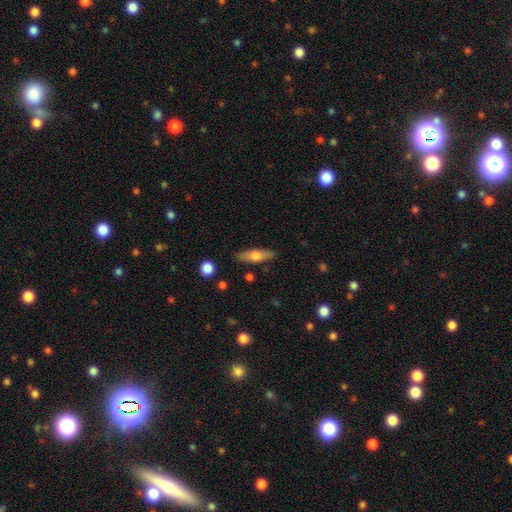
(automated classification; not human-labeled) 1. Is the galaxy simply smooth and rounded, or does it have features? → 58% smooth, 35% featured or disk, 6% star or artifact.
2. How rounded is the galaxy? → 57% cigar-shaped, 40% in between, 3% round.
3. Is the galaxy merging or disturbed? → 85% none, 11% minor disturbance, 2% major disturbance, 2% merger.